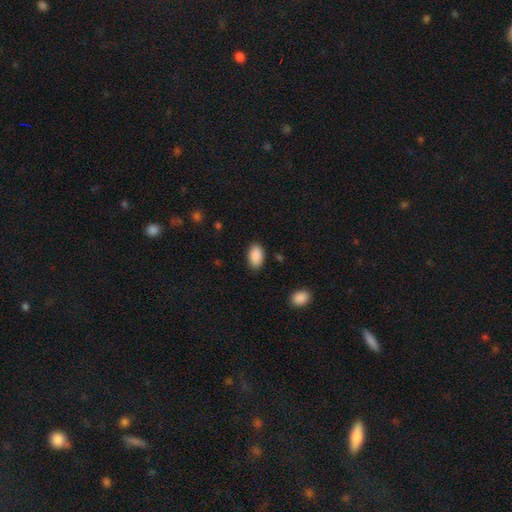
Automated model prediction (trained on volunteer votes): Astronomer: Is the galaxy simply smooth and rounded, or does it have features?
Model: smooth — 90%.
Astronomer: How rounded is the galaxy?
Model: in between — 93%.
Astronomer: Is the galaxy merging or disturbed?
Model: none — 87%.